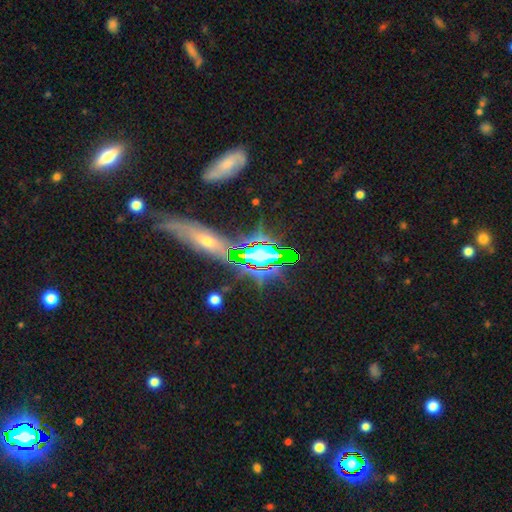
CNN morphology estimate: A star or artifact, not a galaxy (62%).

Vote fractions:
- Smooth or featured? star or artifact: 62% / smooth: 19% / featured or disk: 19%